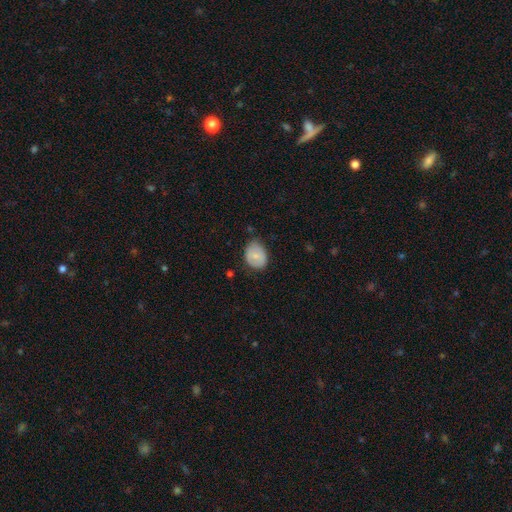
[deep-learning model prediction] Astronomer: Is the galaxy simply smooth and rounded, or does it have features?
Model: smooth — 73%.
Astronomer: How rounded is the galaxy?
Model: in between — 58% (runner-up: round, 41%).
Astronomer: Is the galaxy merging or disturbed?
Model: none — 60%.